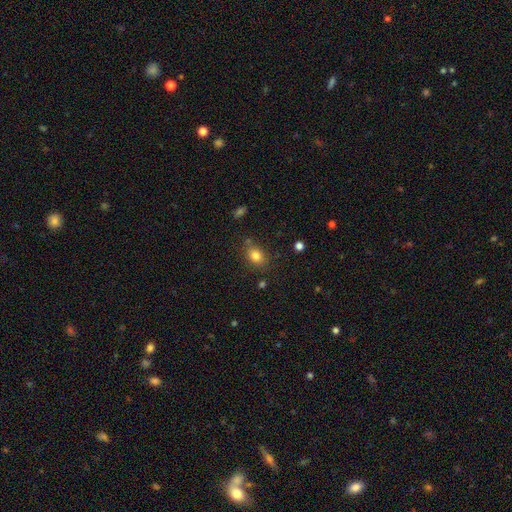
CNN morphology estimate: Smooth or featured? smooth (81%)
How rounded? in between (68%)
Merging? none (74%)